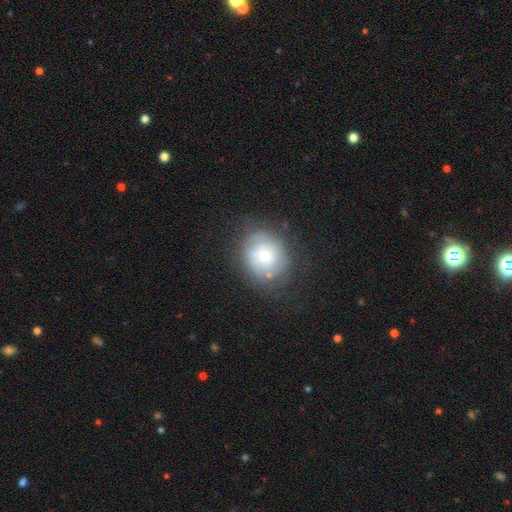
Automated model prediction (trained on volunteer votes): Smooth or featured? featured or disk (52%)
Edge-on disk? no (96%)
Merging? none (63%)